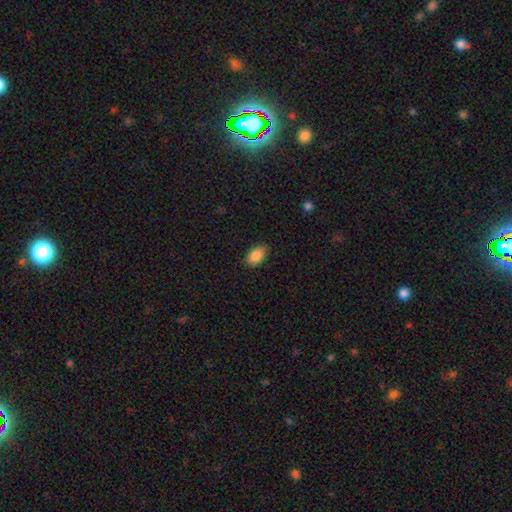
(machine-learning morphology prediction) Smooth or featured?
  - smooth: 88% *
  - star or artifact: 7%
  - featured or disk: 4%
How rounded?
  - in between: 91% *
  - round: 8%
  - cigar-shaped: 1%
Merging?
  - none: 87% *
  - minor disturbance: 10%
  - major disturbance: 2%
  - merger: 1%